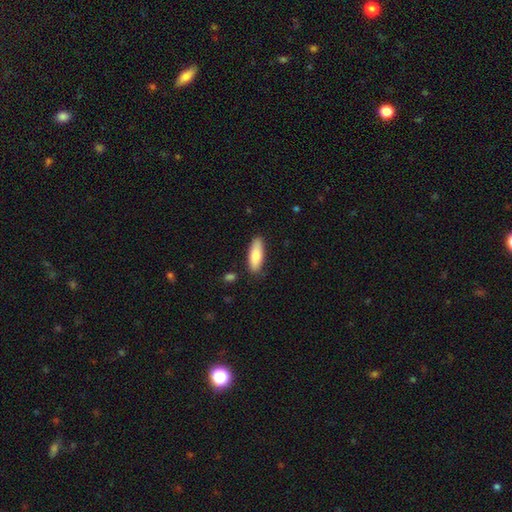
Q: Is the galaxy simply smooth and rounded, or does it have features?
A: smooth — 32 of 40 (80%).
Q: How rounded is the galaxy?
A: in between — 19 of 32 (59%).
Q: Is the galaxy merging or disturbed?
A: none — 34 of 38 (89%).